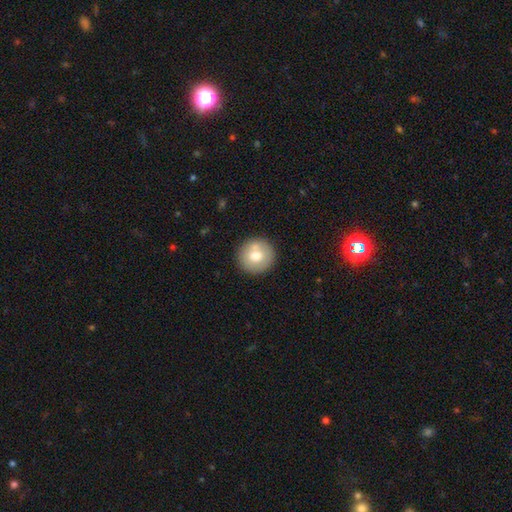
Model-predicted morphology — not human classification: A smooth galaxy with no disk features (71%) that is round (95%). Merging: none (85%).